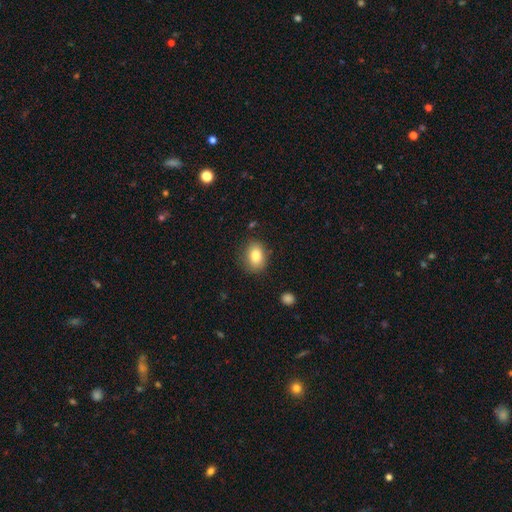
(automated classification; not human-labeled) This appears to be a smooth galaxy with no disk features (83%) that is in between round and cigar-shaped (65%). Merging: none (82%).